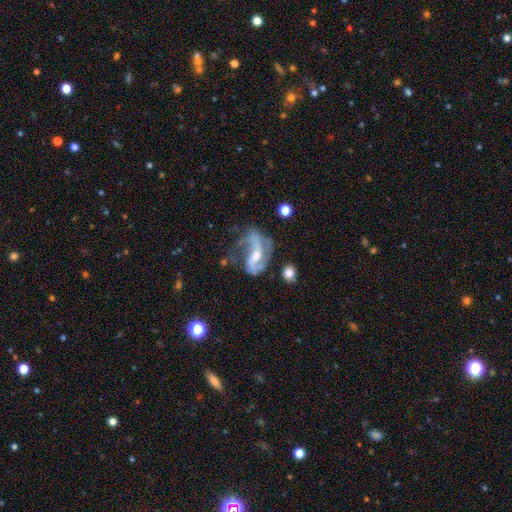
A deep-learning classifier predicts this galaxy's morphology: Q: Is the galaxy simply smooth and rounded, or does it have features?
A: featured or disk — 79%.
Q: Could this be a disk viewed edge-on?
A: no — 95%.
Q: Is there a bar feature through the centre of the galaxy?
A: weak — 41%.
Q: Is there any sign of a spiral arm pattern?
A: yes — 87%.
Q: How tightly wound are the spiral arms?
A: loose — 63%.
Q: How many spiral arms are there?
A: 2 — 77%.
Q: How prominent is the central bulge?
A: moderate — 44%.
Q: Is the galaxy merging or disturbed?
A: major disturbance — 35%, tied with none.